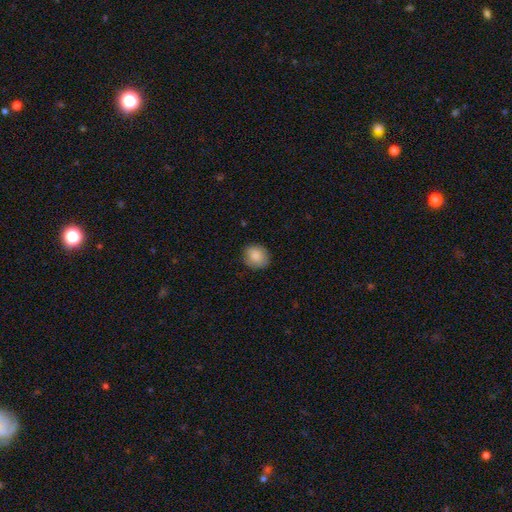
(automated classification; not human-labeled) Q: Smooth or featured?
A: smooth (86%); runner-up: star or artifact (7%)
Q: How rounded?
A: round (71%); runner-up: in between (28%)
Q: Merging?
A: none (84%); runner-up: minor disturbance (12%)